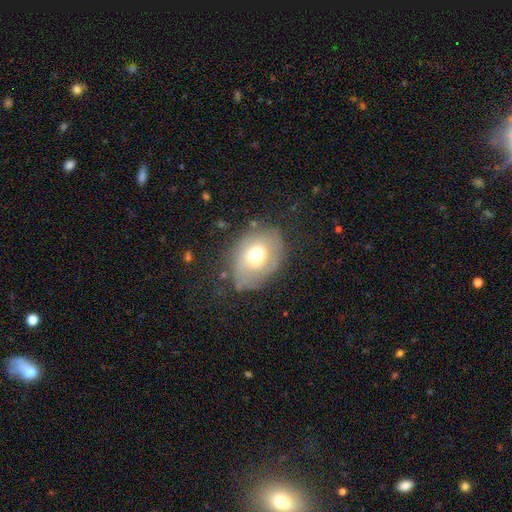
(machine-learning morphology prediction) The model was most divided on "smooth or featured": smooth: 59%, featured or disk: 31%, star or artifact: 10%. More confident: how rounded — in between (71%); merging — none (62%).